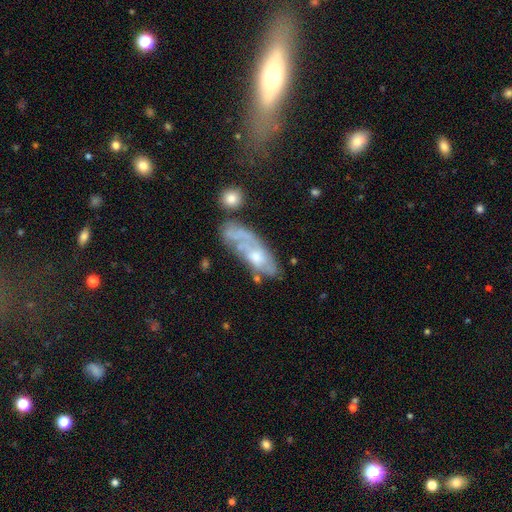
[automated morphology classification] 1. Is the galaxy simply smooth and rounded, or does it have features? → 62% featured or disk, 31% smooth, 6% star or artifact.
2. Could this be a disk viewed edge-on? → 87% no, 13% yes.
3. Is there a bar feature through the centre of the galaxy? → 72% no, 24% weak, 4% strong.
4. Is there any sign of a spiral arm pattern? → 71% yes, 29% no.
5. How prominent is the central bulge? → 51% moderate, 33% small, 8% large, 7% none, 2% dominant.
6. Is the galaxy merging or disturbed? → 40% none, 23% minor disturbance, 23% major disturbance, 14% merger.